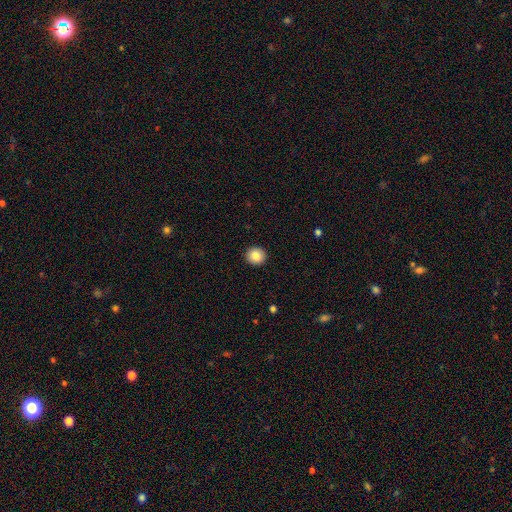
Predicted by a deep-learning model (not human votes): smooth_or_featured: smooth (p=0.85) [alt: star or artifact p=0.08]
how_rounded: round (p=0.90) [alt: in between p=0.09]
merging: none (p=0.93) [alt: minor disturbance p=0.05]